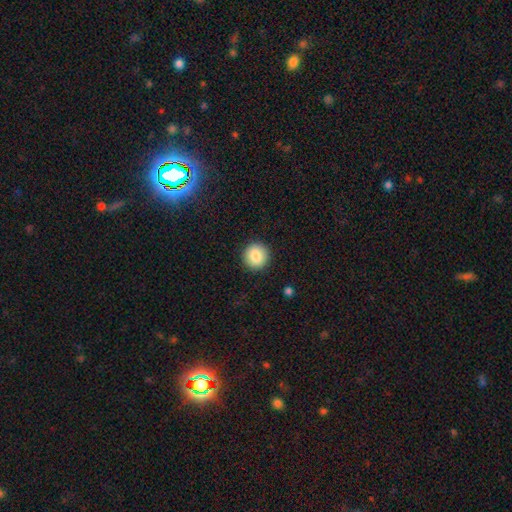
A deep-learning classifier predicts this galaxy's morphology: smooth-or-featured: smooth: 86% | star or artifact: 8% | featured or disk: 6%
  how-rounded: round: 94% | in between: 5% | cigar-shaped: 1%
  merging: none: 92% | minor disturbance: 5% | major disturbance: 2% | merger: 1%